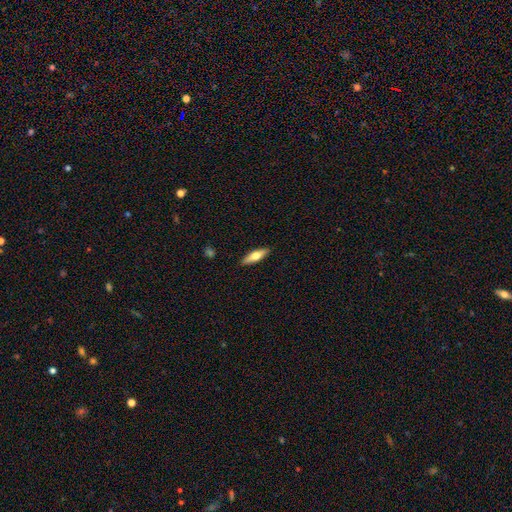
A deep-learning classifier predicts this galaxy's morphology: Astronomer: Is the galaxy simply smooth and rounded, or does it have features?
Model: smooth — 54% (runner-up: featured or disk, 40%).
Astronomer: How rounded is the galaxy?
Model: cigar-shaped — 55% (runner-up: in between, 42%).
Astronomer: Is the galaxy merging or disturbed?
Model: none — 89%.